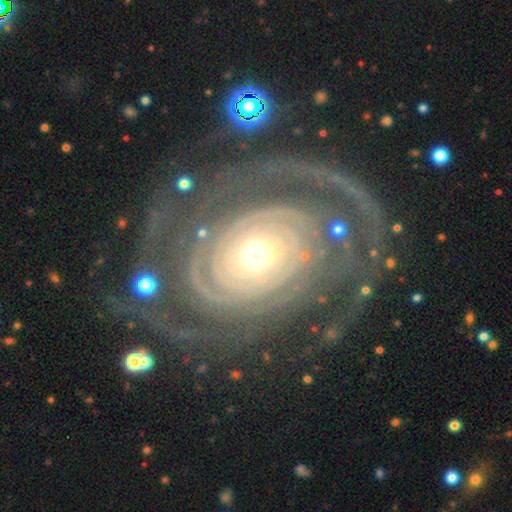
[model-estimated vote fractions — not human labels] Smooth or featured?
  - featured or disk: 88% *
  - smooth: 7%
  - star or artifact: 5%
Edge-on disk?
  - no: 96% *
  - yes: 4%
Bar?
  - no: 76% *
  - weak: 15%
  - strong: 9%
Spiral arms?
  - yes: 92% *
  - no: 8%
Spiral winding?
  - tight: 73% *
  - medium: 18%
  - loose: 9%
Spiral arm count?
  - 2: 31% *
  - can't tell: 25%
  - 3: 14%
  - 4: 10%
  - more than 4: 10%
  - 1: 10%
Bulge size?
  - moderate: 62% *
  - small: 23%
  - large: 11%
  - dominant: 2%
  - none: 1%
Merging?
  - none: 58% *
  - major disturbance: 22%
  - minor disturbance: 16%
  - merger: 4%